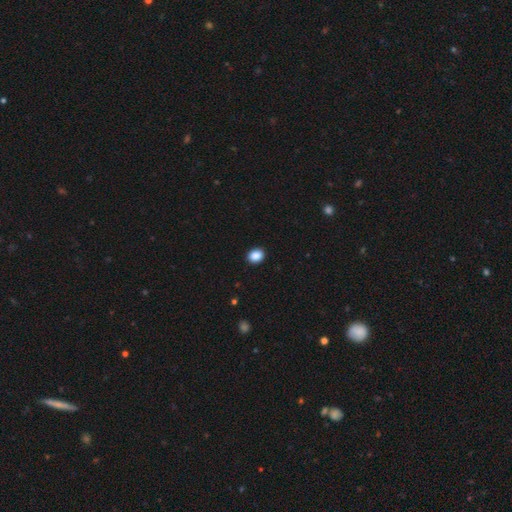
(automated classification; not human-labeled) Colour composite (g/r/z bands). It shows a smooth galaxy with no disk features (88%) that is round (52%). Merging: none (92%).